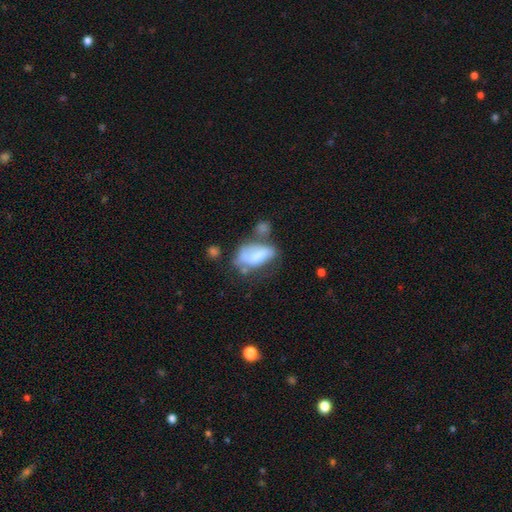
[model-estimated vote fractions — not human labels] Smooth or featured?
  - smooth: 54% *
  - featured or disk: 37%
  - star or artifact: 9%
How rounded?
  - in between: 87% *
  - cigar-shaped: 9%
  - round: 5%
Merging?
  - merger: 28% *
  - major disturbance: 27%
  - none: 23%
  - minor disturbance: 22%